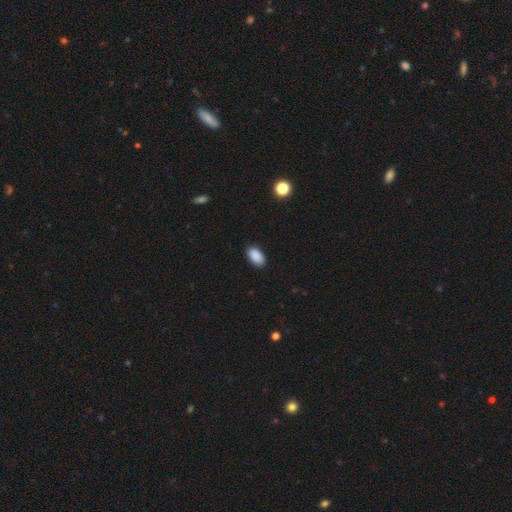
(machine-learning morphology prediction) A smooth galaxy with no disk features (90%) that is in between round and cigar-shaped (94%).

Vote fractions:
- Smooth or featured? smooth: 90% / star or artifact: 7% / featured or disk: 3%
- How rounded? in between: 94% / round: 4% / cigar-shaped: 2%
- Merging? none: 89% / minor disturbance: 8% / major disturbance: 2% / merger: 1%